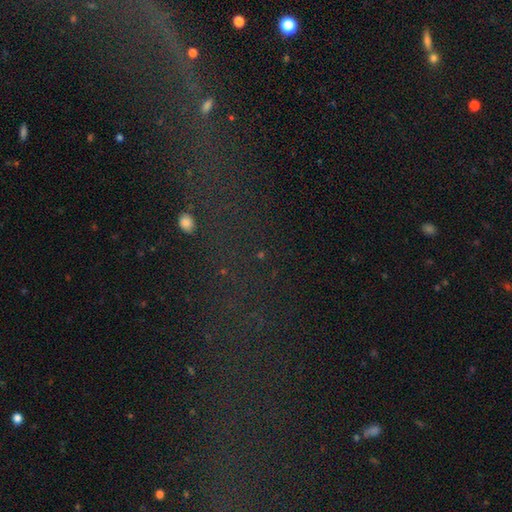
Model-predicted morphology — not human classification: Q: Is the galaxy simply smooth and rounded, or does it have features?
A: star or artifact — 63%.